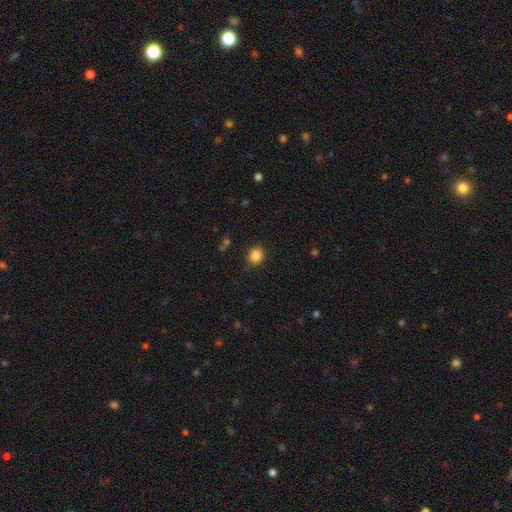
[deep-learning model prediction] Q: Smooth or featured?
A: smooth (85%); runner-up: star or artifact (11%)
Q: How rounded?
A: round (85%); runner-up: in between (14%)
Q: Merging?
A: none (89%); runner-up: minor disturbance (7%)